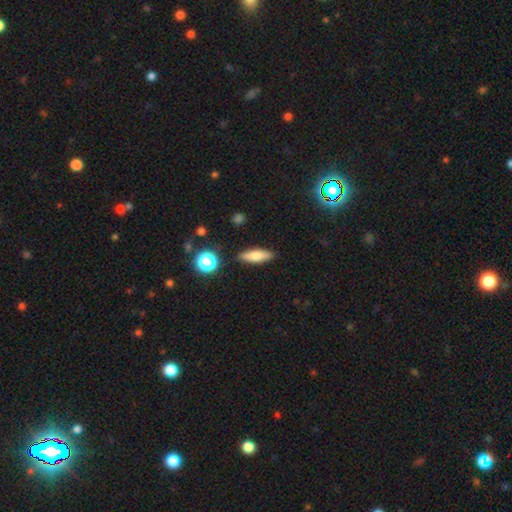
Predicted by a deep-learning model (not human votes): A smooth galaxy with no disk features (72%) that is cigar-shaped (53%).

Vote fractions:
- Smooth or featured? smooth: 72% / featured or disk: 19% / star or artifact: 8%
- How rounded? cigar-shaped: 53% / in between: 43% / round: 4%
- Merging? none: 87% / minor disturbance: 9% / major disturbance: 2% / merger: 2%